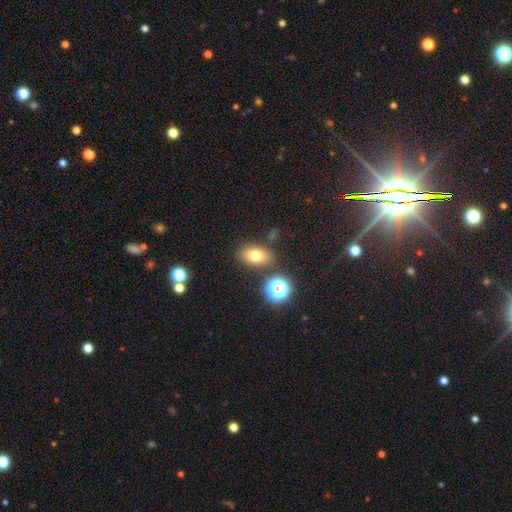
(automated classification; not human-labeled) Smooth or featured? Predicted: smooth (p=0.73). How rounded? Predicted: in between (p=0.78). Merging? Predicted: none (p=0.80).